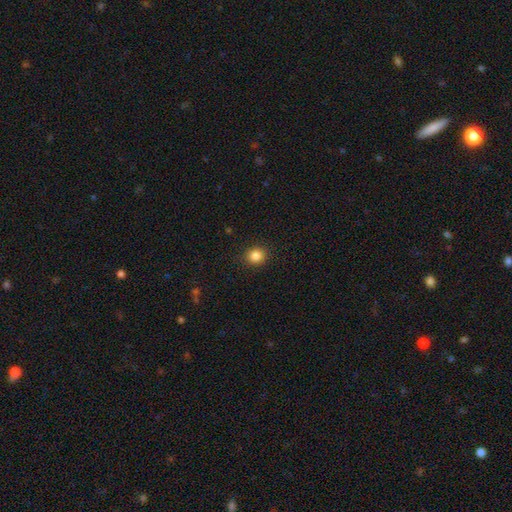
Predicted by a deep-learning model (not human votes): Smooth or featured: smooth — 85% (star or artifact — 11%)
How rounded: round — 82% (in between — 17%)
Merging: none — 90% (minor disturbance — 6%)